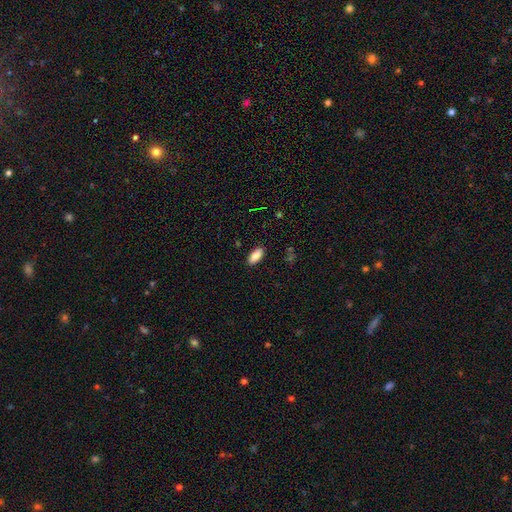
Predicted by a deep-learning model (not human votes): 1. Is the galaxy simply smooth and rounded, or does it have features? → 87% smooth, 7% star or artifact, 6% featured or disk.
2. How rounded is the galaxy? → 84% in between, 14% cigar-shaped, 2% round.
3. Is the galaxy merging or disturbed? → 88% none, 9% minor disturbance, 2% major disturbance, 1% merger.